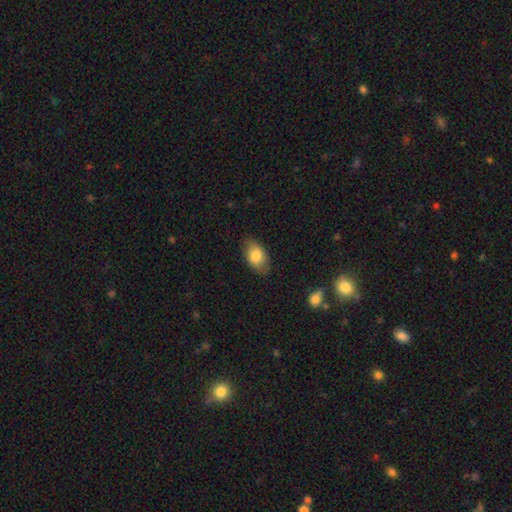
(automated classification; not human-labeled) Morphology: type=smooth (79%); roundness=in between (91%); merging=none (80%).